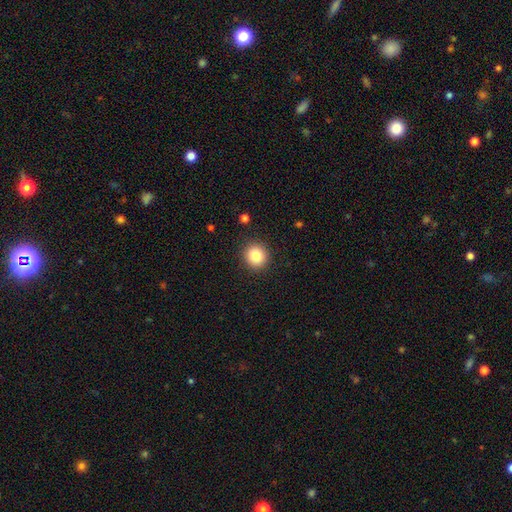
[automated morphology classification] A smooth galaxy with no disk features (85%) that is round (90%).

Vote fractions:
- Smooth or featured? smooth: 85% / star or artifact: 10% / featured or disk: 5%
- How rounded? round: 90% / in between: 9% / cigar-shaped: 1%
- Merging? none: 90% / minor disturbance: 7% / major disturbance: 2% / merger: 1%